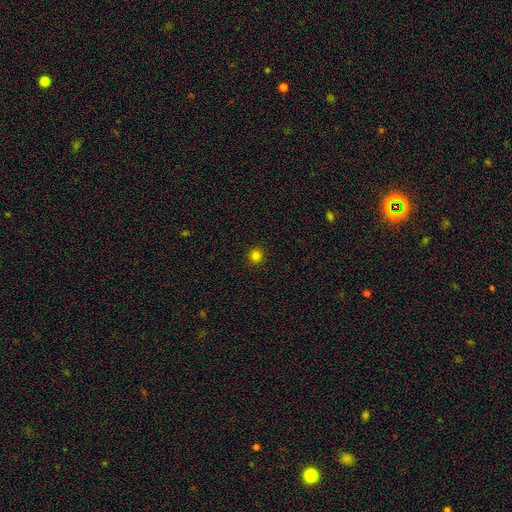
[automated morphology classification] Smooth or featured?
  - smooth: 81% *
  - star or artifact: 15%
  - featured or disk: 4%
How rounded?
  - round: 94% *
  - in between: 5%
  - cigar-shaped: 1%
Merging?
  - none: 93% *
  - minor disturbance: 5%
  - major disturbance: 2%
  - merger: 1%